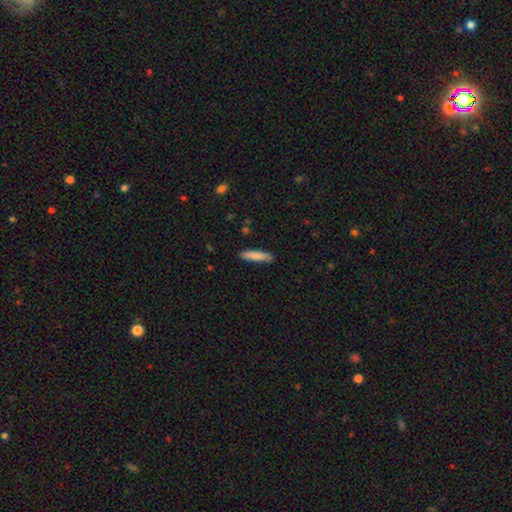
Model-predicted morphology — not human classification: The model was most divided on "how rounded": cigar-shaped: 84%, in between: 15%, round: 1%. More confident: merging — none (85%); smooth or featured — smooth (84%).